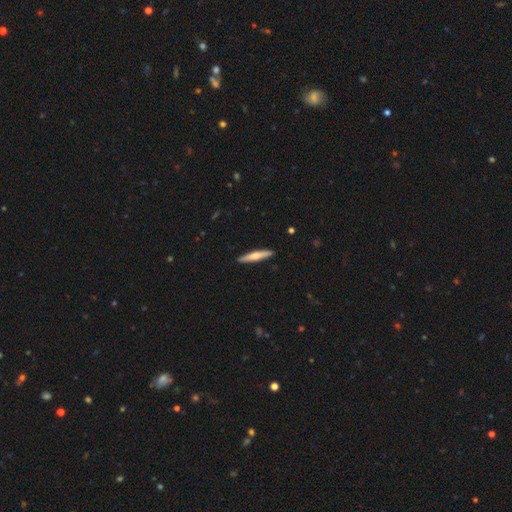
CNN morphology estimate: smooth-or-featured: smooth: 54% | featured or disk: 41% | star or artifact: 5%
  how-rounded: cigar-shaped: 91% | in between: 8% | round: 1%
  merging: none: 91% | minor disturbance: 6% | major disturbance: 1% | merger: 1%